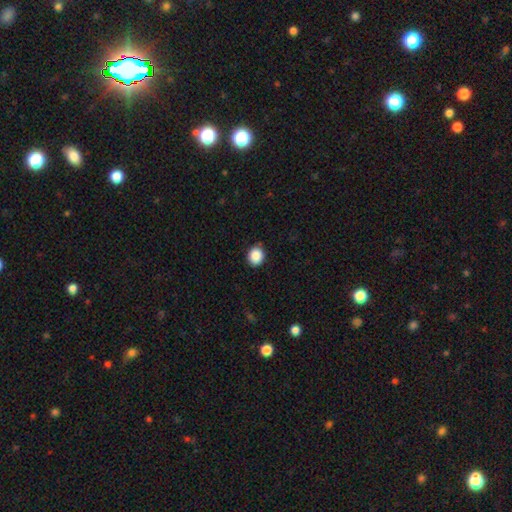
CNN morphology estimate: smooth_or_featured: smooth (p=0.88) [alt: star or artifact p=0.09]
how_rounded: round (p=0.74) [alt: in between p=0.25]
merging: none (p=0.87) [alt: minor disturbance p=0.10]